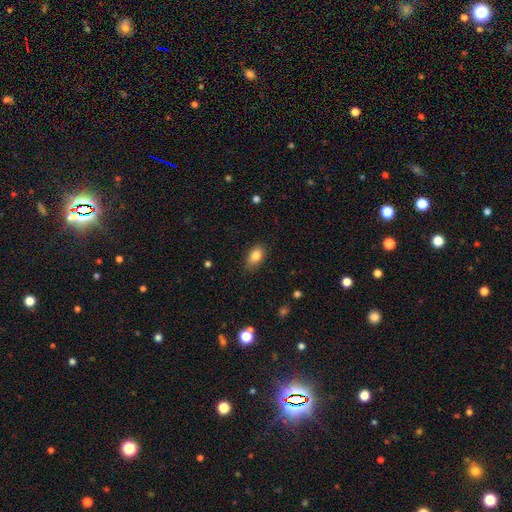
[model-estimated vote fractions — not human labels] The model was most divided on "merging": none: 82%, minor disturbance: 14%, major disturbance: 3%, merger: 1%. More confident: how rounded — in between (88%); smooth or featured — smooth (83%).